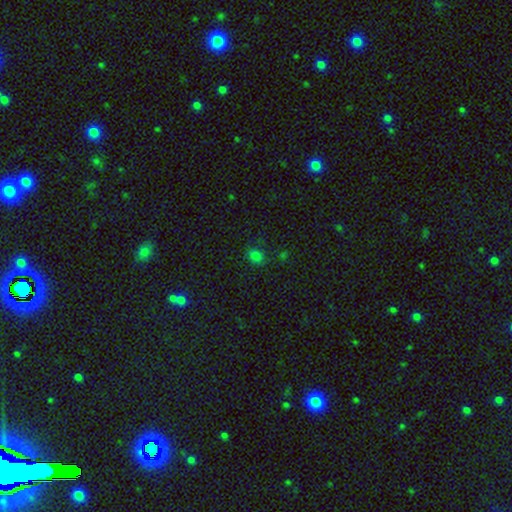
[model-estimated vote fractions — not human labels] Smooth or featured: smooth — 76% (star or artifact — 20%)
How rounded: round — 53% (in between — 46%)
Merging: none — 80% (minor disturbance — 14%)